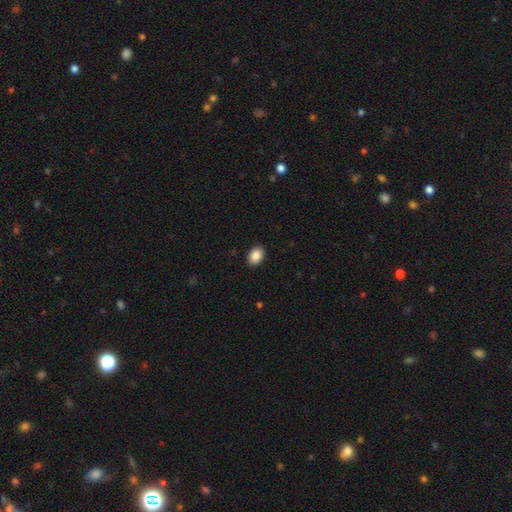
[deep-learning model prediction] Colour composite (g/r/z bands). It shows a smooth galaxy with no disk features (89%) that is in between round and cigar-shaped (72%). Merging: none (90%).